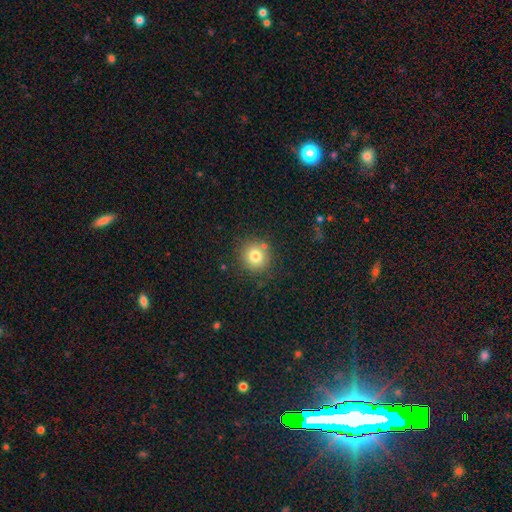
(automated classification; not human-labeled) A smooth galaxy with no disk features (79%) that is round (89%). Merging: none (82%).